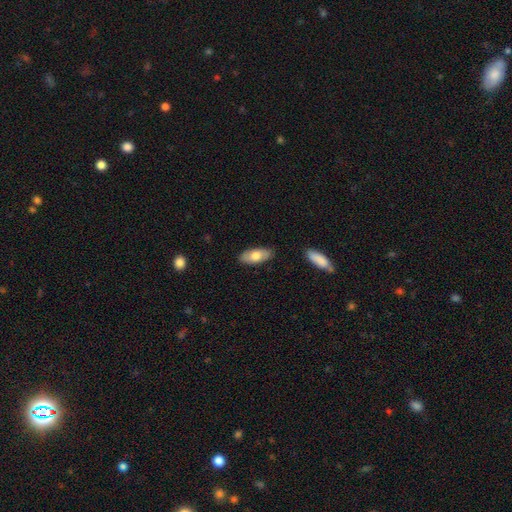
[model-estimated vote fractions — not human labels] smooth-or-featured: smooth: 72% | featured or disk: 22% | star or artifact: 6%
  how-rounded: in between: 89% | cigar-shaped: 9% | round: 2%
  merging: none: 86% | minor disturbance: 11% | major disturbance: 2% | merger: 2%